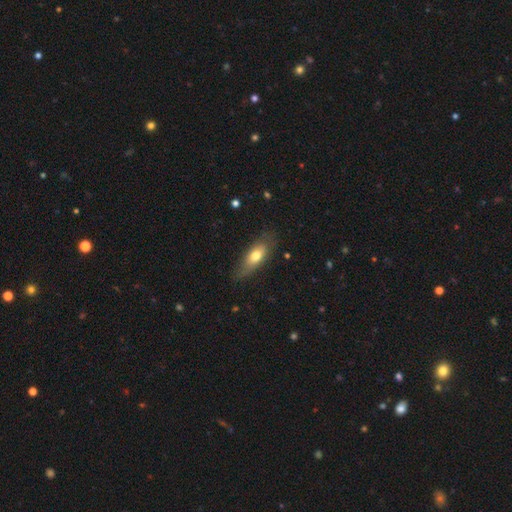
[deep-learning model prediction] Smooth or featured?
  - smooth: 67% *
  - featured or disk: 26%
  - star or artifact: 6%
How rounded?
  - in between: 68% *
  - cigar-shaped: 29%
  - round: 3%
Merging?
  - none: 74% *
  - minor disturbance: 19%
  - major disturbance: 5%
  - merger: 1%